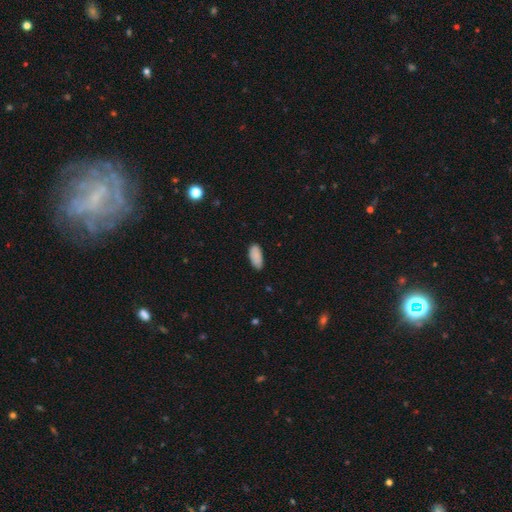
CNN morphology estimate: smooth-or-featured: smooth: 88% | star or artifact: 7% | featured or disk: 5%
  how-rounded: in between: 88% | cigar-shaped: 10% | round: 2%
  merging: none: 81% | minor disturbance: 15% | major disturbance: 2% | merger: 1%